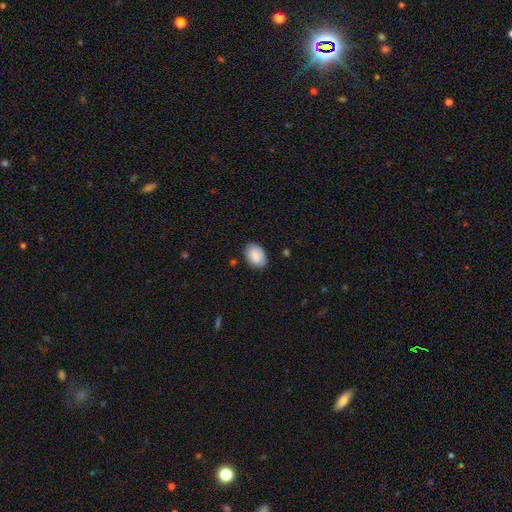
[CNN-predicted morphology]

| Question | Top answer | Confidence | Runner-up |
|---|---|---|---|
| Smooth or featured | smooth | 84% | featured or disk (9%) |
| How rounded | in between | 84% | round (15%) |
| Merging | none | 79% | minor disturbance (17%) |